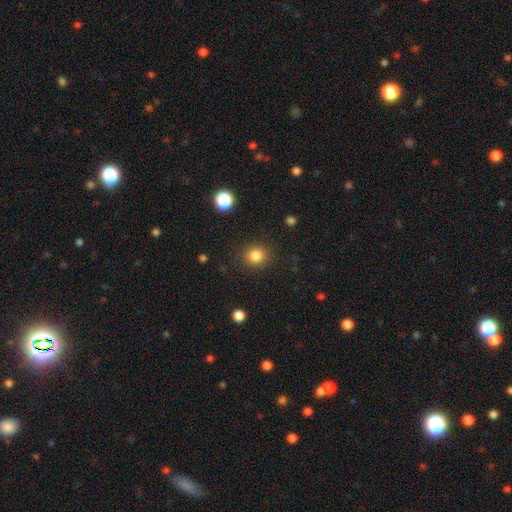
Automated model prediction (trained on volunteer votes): smooth 84%, star or artifact 12%, featured or disk 5%. Down the decision tree: how rounded — round (90%); merging — none (89%).